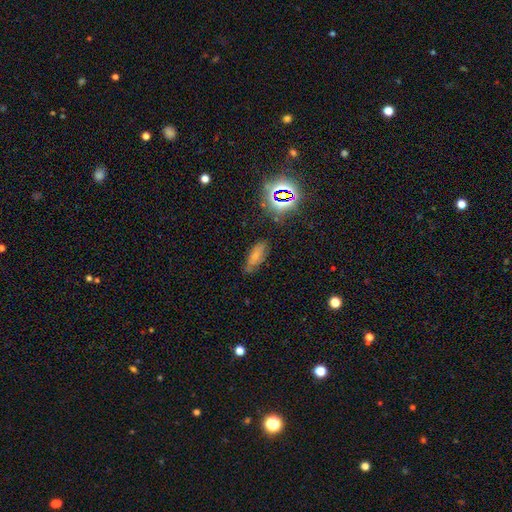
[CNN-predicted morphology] Smooth or featured: smooth — 60% (featured or disk — 21%)
How rounded: in between — 75% (cigar-shaped — 21%)
Merging: none — 63% (minor disturbance — 27%)